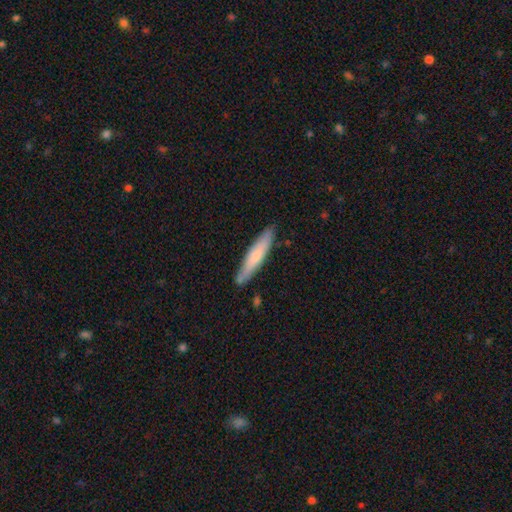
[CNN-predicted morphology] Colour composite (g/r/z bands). It shows a smooth galaxy with no disk features (65%) that is cigar-shaped (89%). Merging: none (83%).